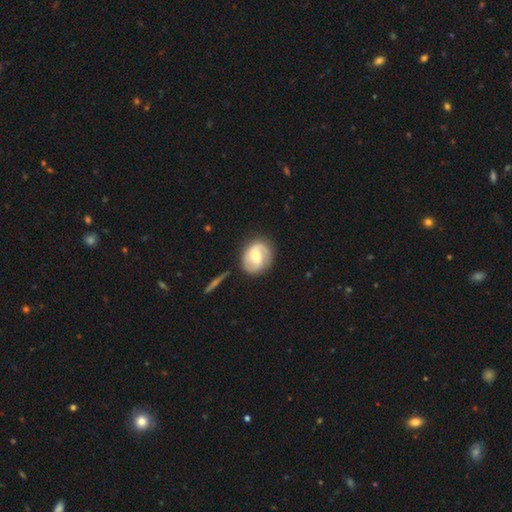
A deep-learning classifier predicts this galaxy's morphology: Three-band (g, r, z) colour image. It shows a featured or disk galaxy (72%) with a weak bar (47%), 2 (81%) medium (44%) spiral arms (89%) and a moderate central bulge (66%). Merging: none (78%).